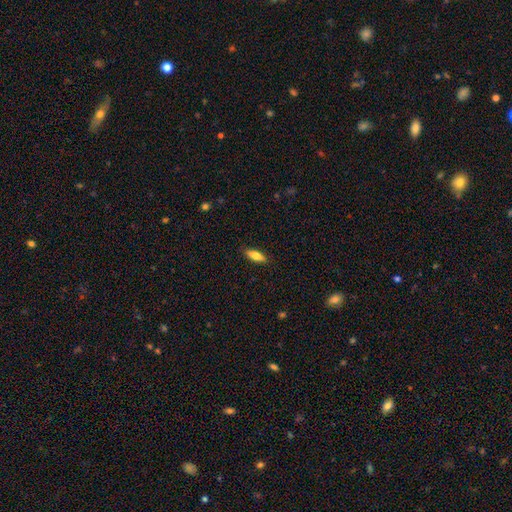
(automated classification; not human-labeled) A smooth galaxy with no disk features (74%) that is in between round and cigar-shaped (59%).

Vote fractions:
- Smooth or featured? smooth: 74% / featured or disk: 20% / star or artifact: 6%
- How rounded? in between: 59% / cigar-shaped: 39% / round: 2%
- Merging? none: 88% / minor disturbance: 9% / major disturbance: 2% / merger: 1%